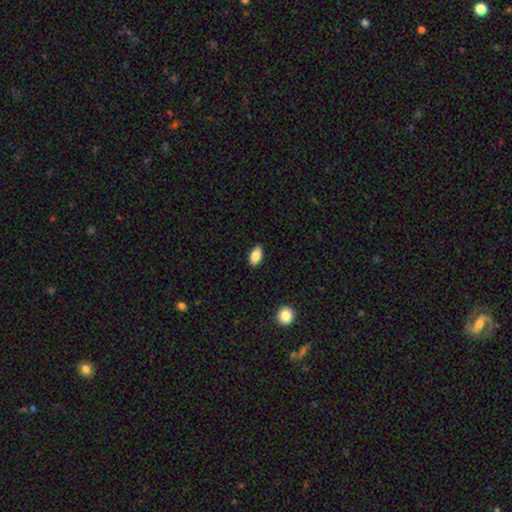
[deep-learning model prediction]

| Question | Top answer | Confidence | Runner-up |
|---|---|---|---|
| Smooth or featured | smooth | 86% | star or artifact (7%) |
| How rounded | in between | 93% | round (4%) |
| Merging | none | 89% | minor disturbance (9%) |